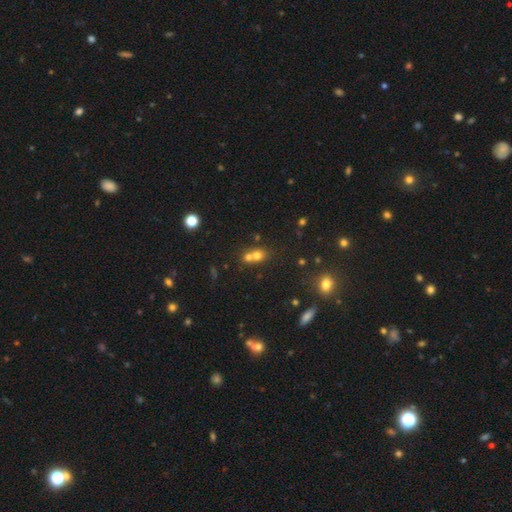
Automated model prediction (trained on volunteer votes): A smooth galaxy with no disk features (64%) that is round (66%). Merging: merger (52%).